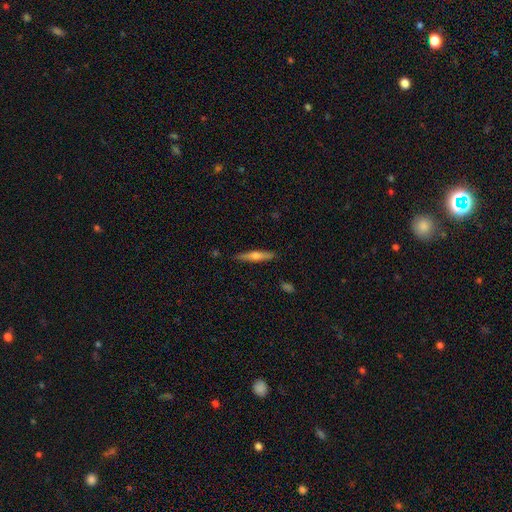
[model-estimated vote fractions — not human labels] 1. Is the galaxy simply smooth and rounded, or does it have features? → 52% featured or disk, 41% smooth, 6% star or artifact.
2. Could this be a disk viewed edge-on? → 96% yes, 4% no.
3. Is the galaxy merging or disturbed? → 89% none, 8% minor disturbance, 2% major disturbance, 1% merger.